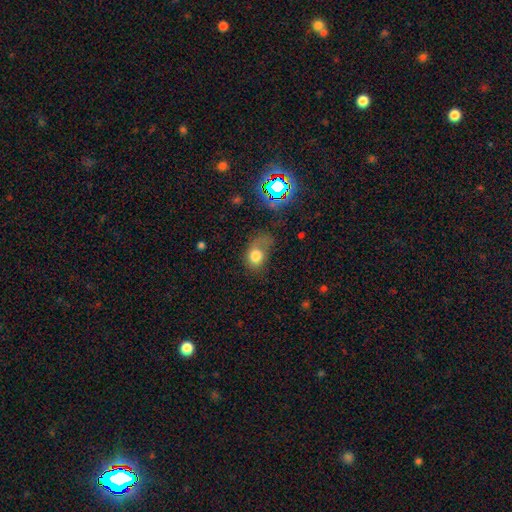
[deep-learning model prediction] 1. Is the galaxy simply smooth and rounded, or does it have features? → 72% smooth, 14% featured or disk, 13% star or artifact.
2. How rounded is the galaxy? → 57% in between, 41% round, 1% cigar-shaped.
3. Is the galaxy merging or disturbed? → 35% major disturbance, 30% none, 28% minor disturbance, 7% merger.